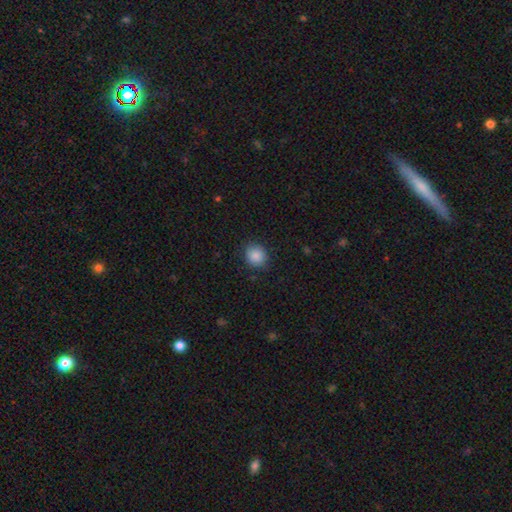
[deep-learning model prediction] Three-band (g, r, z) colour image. It shows a smooth galaxy with no disk features (87%) that is round (85%). Merging: none (86%).